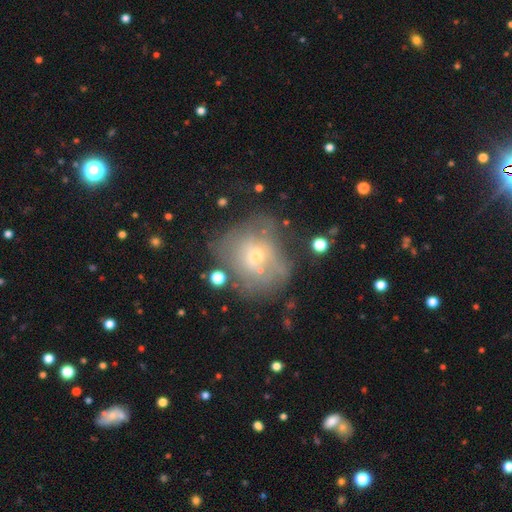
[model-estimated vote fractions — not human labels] This appears to be a featured or disk galaxy (45%). Merging: none (48%).